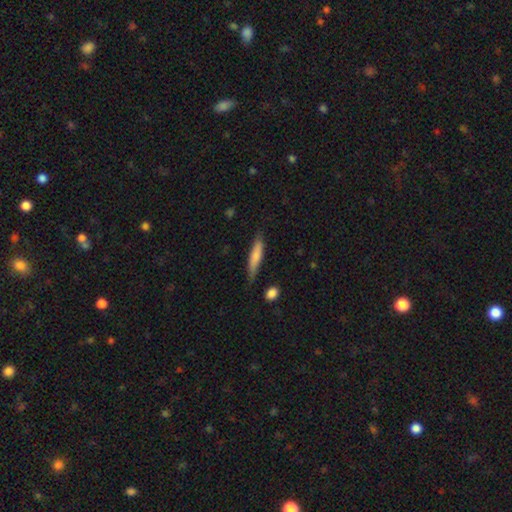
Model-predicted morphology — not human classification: Smooth or featured? Predicted: smooth (p=0.72). How rounded? Predicted: cigar-shaped (p=0.83). Merging? Predicted: none (p=0.72).